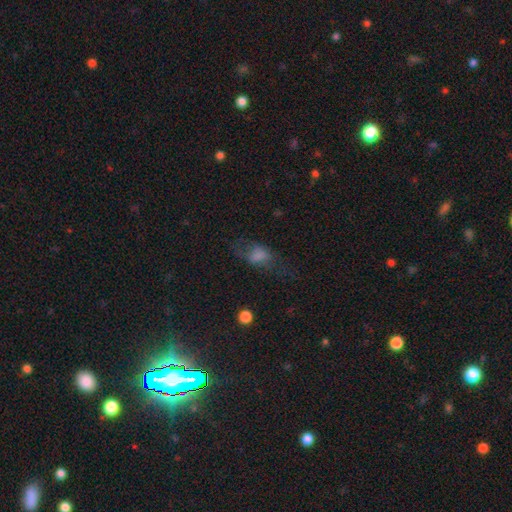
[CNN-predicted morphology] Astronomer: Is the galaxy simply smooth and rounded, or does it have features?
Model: smooth — 53%.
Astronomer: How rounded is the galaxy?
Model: in between — 73%.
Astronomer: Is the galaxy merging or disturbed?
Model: none — 52%.